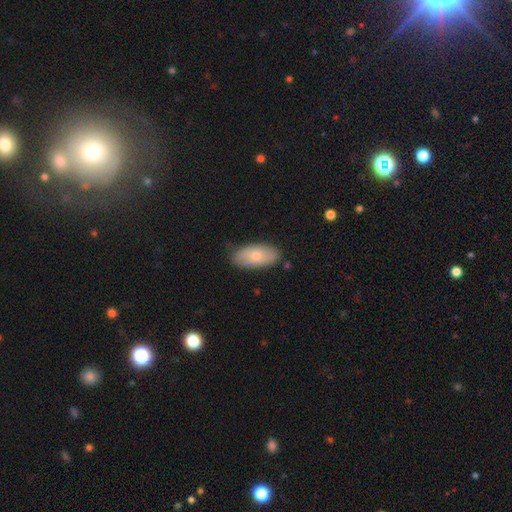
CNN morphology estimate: Smooth or featured: smooth — 74% (featured or disk — 21%)
How rounded: in between — 94% (cigar-shaped — 4%)
Merging: none — 80% (minor disturbance — 16%)